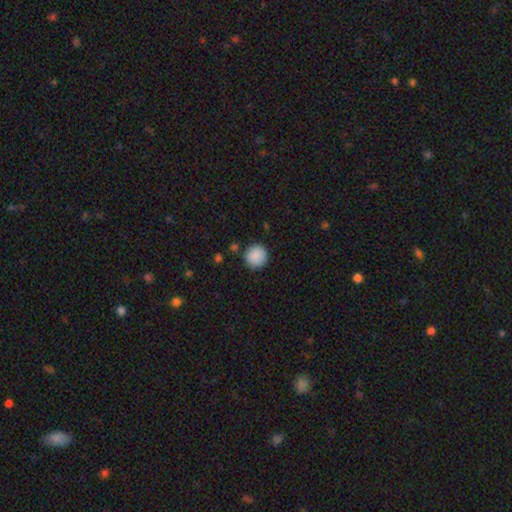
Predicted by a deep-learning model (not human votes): Overall: smooth (89%). How rounded: round (94%). Merging: none (87%).